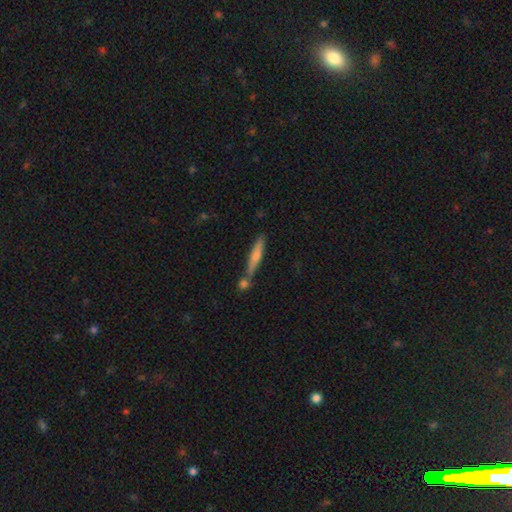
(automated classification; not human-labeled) The model was most divided on "smooth or featured": smooth: 64%, featured or disk: 30%, star or artifact: 6%. More confident: how rounded — cigar-shaped (90%); merging — none (61%).